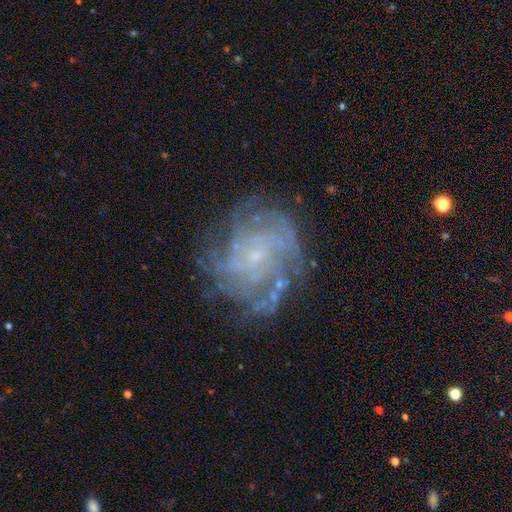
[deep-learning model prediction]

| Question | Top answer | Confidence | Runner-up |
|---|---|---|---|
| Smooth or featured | featured or disk | 79% | smooth (11%) |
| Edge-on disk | no | 98% | yes (2%) |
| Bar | no | 72% | weak (24%) |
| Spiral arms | yes | 88% | no (12%) |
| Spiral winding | tight | 58% | medium (32%) |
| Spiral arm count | can't tell | 40% | 4 (20%) |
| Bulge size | small | 81% | moderate (9%) |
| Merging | none | 67% | minor disturbance (18%) |